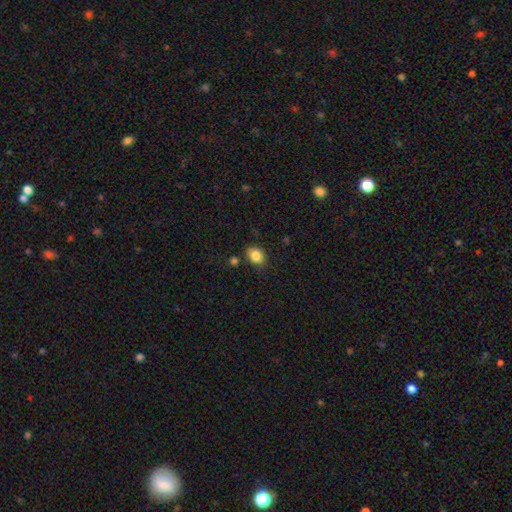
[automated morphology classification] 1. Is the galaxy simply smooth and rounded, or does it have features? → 85% smooth, 9% star or artifact, 6% featured or disk.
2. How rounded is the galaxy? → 64% in between, 35% round, 1% cigar-shaped.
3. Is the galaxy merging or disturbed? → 79% none, 13% minor disturbance, 4% merger, 3% major disturbance.